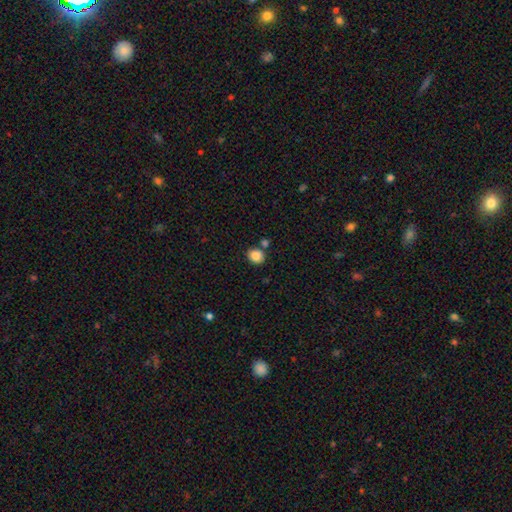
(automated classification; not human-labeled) A smooth galaxy with no disk features (85%) that is round (73%).

Vote fractions:
- Smooth or featured? smooth: 85% / star or artifact: 9% / featured or disk: 5%
- How rounded? round: 73% / in between: 27% / cigar-shaped: 1%
- Merging? none: 75% / merger: 13% / minor disturbance: 10% / major disturbance: 3%